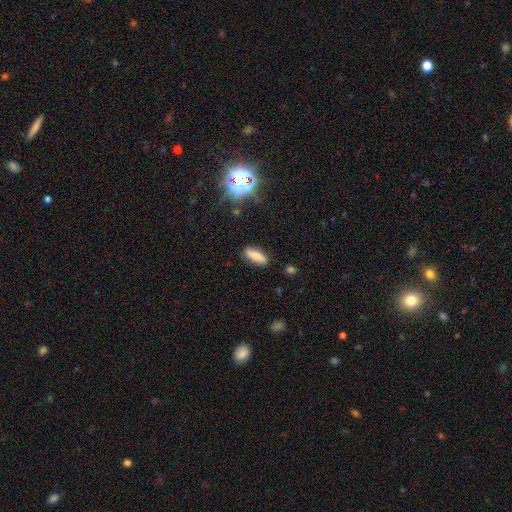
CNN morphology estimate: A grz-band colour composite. It shows a smooth galaxy with no disk features (77%) that is in between round and cigar-shaped (63%). Merging: none (85%).